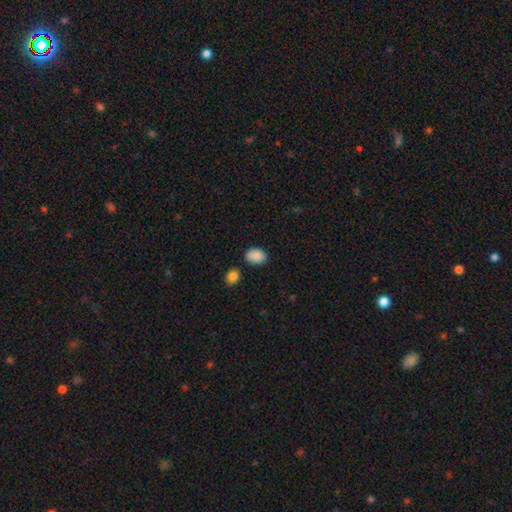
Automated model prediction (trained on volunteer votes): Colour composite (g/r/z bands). It shows a smooth galaxy with no disk features (89%) that is in between round and cigar-shaped (79%). Merging: none (80%).